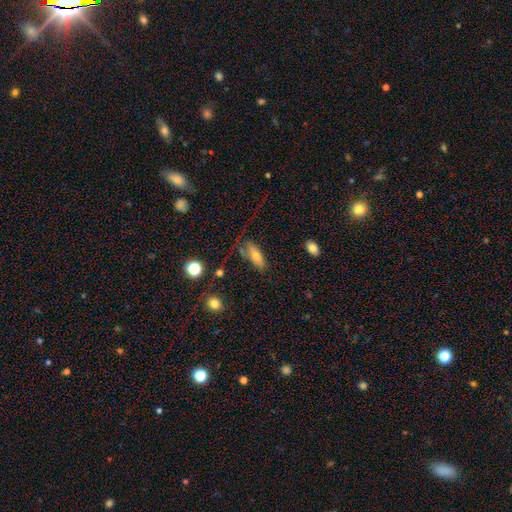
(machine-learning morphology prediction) smooth 67%, featured or disk 23%, star or artifact 10%. Down the decision tree: how rounded — in between (64%); merging — none (55%).